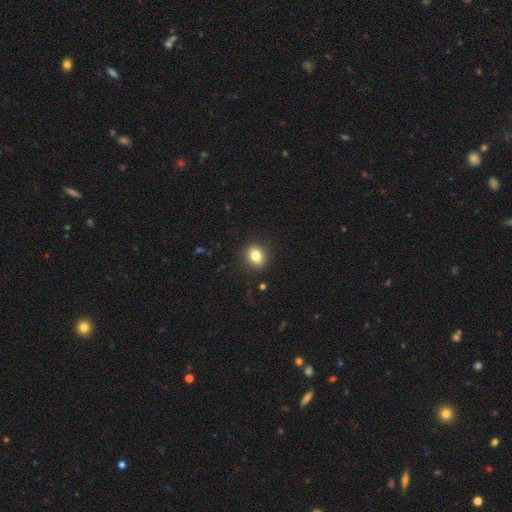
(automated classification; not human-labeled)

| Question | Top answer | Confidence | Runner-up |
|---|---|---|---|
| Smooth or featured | smooth | 82% | star or artifact (10%) |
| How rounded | round | 54% | in between (45%) |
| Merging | none | 90% | minor disturbance (7%) |